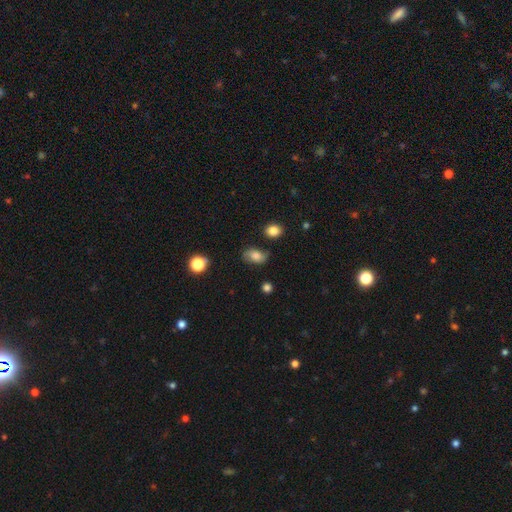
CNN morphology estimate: A smooth galaxy with no disk features (64%) that is in between round and cigar-shaped (83%).

Vote fractions:
- Smooth or featured? smooth: 64% / featured or disk: 25% / star or artifact: 11%
- How rounded? in between: 83% / round: 15% / cigar-shaped: 2%
- Merging? none: 73% / minor disturbance: 19% / major disturbance: 5% / merger: 3%